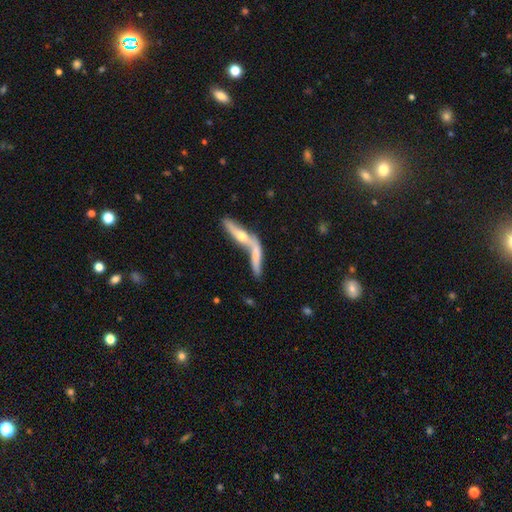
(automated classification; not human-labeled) Smooth or featured? featured or disk (47%)
Merging? merger (57%)